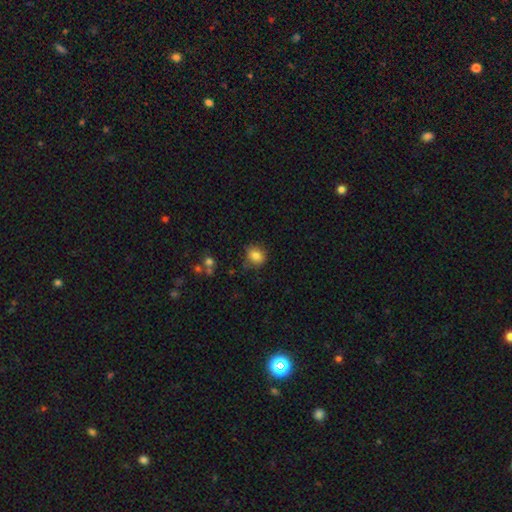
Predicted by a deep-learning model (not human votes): Smooth or featured? smooth (83%)
How rounded? round (67%)
Merging? none (77%)